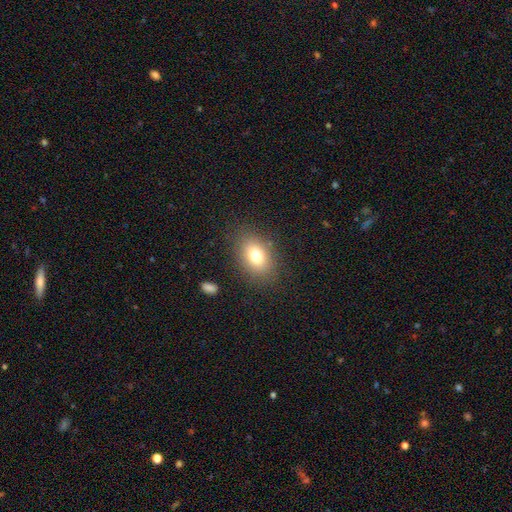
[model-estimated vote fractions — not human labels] smooth_or_featured: smooth (p=0.76) [alt: featured or disk p=0.13]
how_rounded: in between (p=0.77) [alt: round p=0.22]
merging: none (p=0.83) [alt: minor disturbance p=0.11]